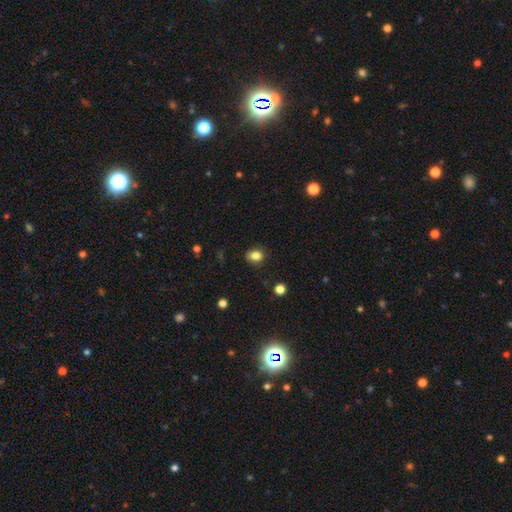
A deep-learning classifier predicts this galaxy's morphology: The model was most divided on "how rounded": round: 55%, in between: 44%, cigar-shaped: 1%. More confident: merging — none (84%); smooth or featured — smooth (83%).